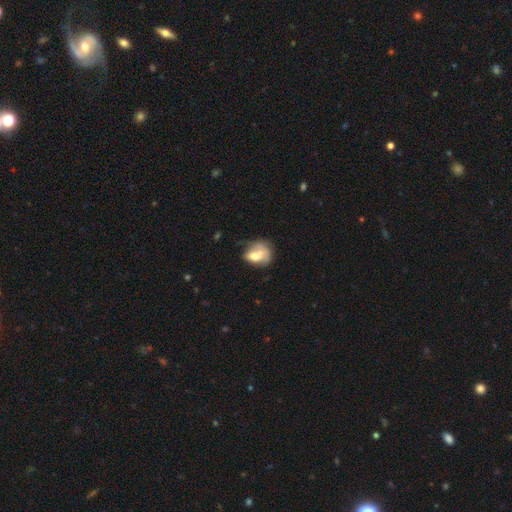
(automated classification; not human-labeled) smooth-or-featured: smooth: 57% | featured or disk: 33% | star or artifact: 10%
  how-rounded: in between: 62% | round: 35% | cigar-shaped: 2%
  merging: none: 30% | minor disturbance: 26% | major disturbance: 24% | merger: 19%